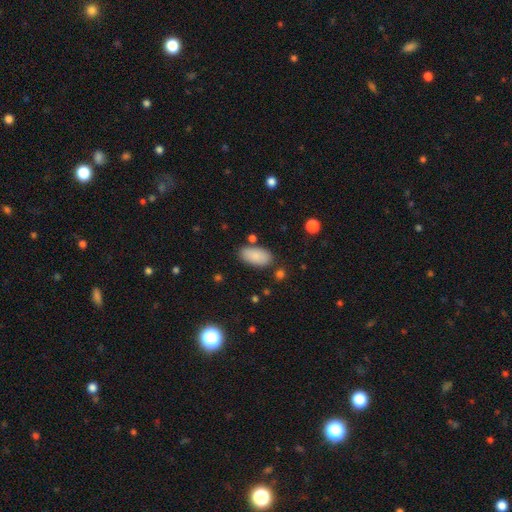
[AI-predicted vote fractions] A smooth galaxy with no disk features (86%) that is in between round and cigar-shaped (94%).

Vote fractions:
- Smooth or featured? smooth: 86% / star or artifact: 7% / featured or disk: 7%
- How rounded? in between: 94% / cigar-shaped: 3% / round: 3%
- Merging? none: 79% / minor disturbance: 13% / merger: 5% / major disturbance: 4%